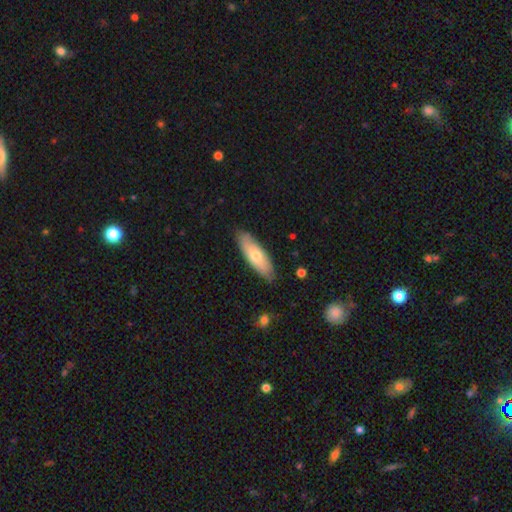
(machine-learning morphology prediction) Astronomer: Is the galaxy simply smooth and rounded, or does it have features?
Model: smooth — 66%.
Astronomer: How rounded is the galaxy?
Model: in between — 59% (runner-up: cigar-shaped, 40%).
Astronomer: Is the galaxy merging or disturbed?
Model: none — 84%.